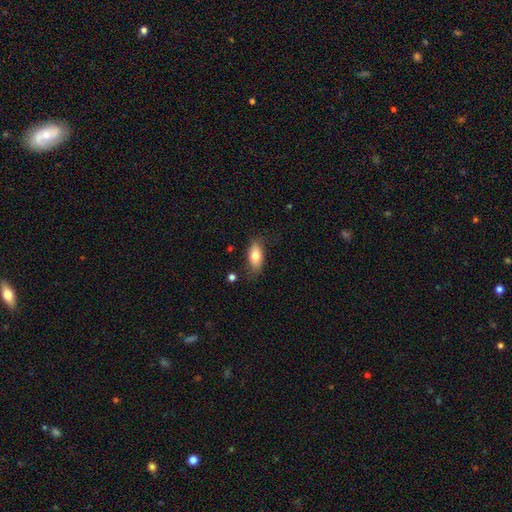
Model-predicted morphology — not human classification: Smooth or featured: smooth — 79% (featured or disk — 14%)
How rounded: in between — 87% (cigar-shaped — 10%)
Merging: none — 77% (minor disturbance — 17%)